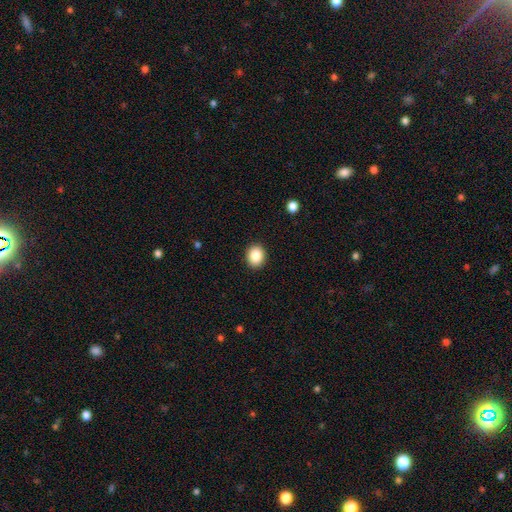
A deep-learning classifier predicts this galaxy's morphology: A smooth galaxy with no disk features (86%) that is round (65%).

Vote fractions:
- Smooth or featured? smooth: 86% / star or artifact: 9% / featured or disk: 5%
- How rounded? round: 65% / in between: 34% / cigar-shaped: 1%
- Merging? none: 92% / minor disturbance: 6% / major disturbance: 2% / merger: 1%